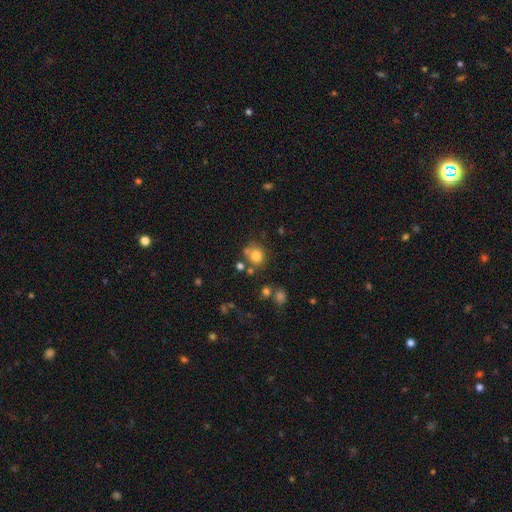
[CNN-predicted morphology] A smooth galaxy with no disk features (79%) that is round (80%).

Vote fractions:
- Smooth or featured? smooth: 79% / star or artifact: 13% / featured or disk: 8%
- How rounded? round: 80% / in between: 19% / cigar-shaped: 1%
- Merging? none: 67% / merger: 15% / minor disturbance: 13% / major disturbance: 5%